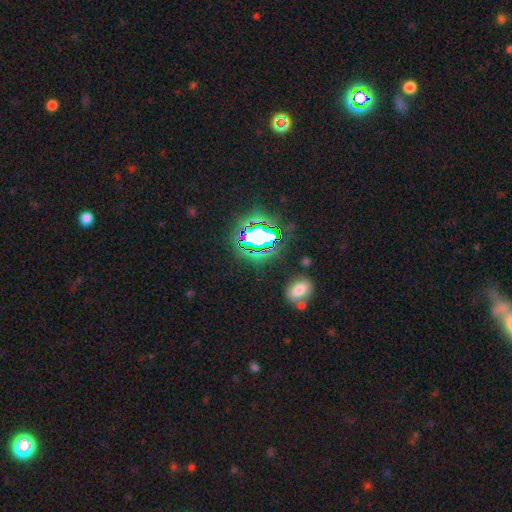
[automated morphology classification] smooth-or-featured: star or artifact: 76% | smooth: 16% | featured or disk: 9%